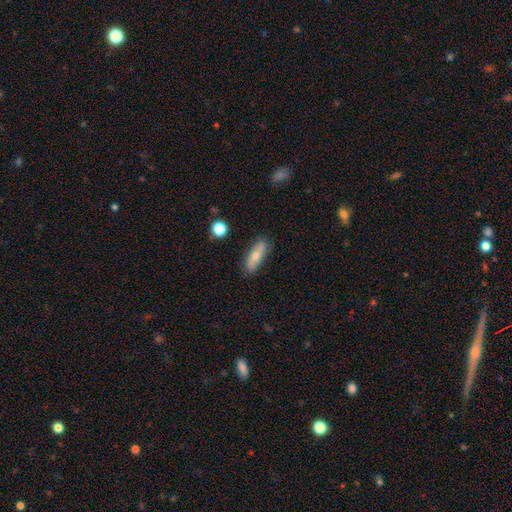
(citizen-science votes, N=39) smooth_or_featured: smooth (p=0.67) [alt: featured or disk p=0.31]
how_rounded: in between (p=0.62) [alt: cigar-shaped p=0.35]
merging: none (p=0.82) [alt: minor disturbance p=0.11]